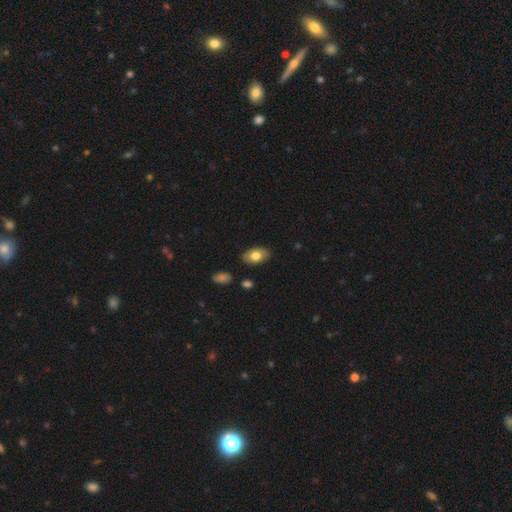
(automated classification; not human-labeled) A smooth galaxy with no disk features (77%) that is in between round and cigar-shaped (92%). Merging: none (86%).